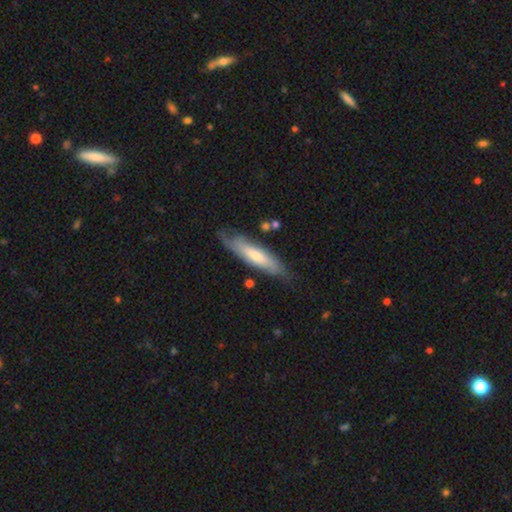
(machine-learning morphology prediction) type=smooth (57%); roundness=cigar-shaped (68%); merging=none (69%).